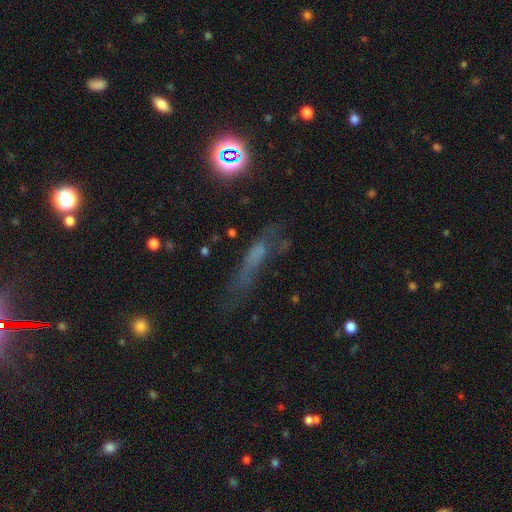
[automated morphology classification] Smooth or featured? Predicted: smooth (p=0.41). Merging? Predicted: none (p=0.48).